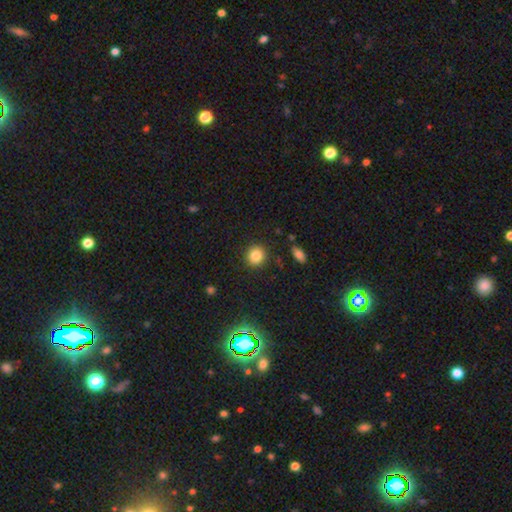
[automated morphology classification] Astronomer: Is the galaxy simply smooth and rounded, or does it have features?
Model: smooth — 83%.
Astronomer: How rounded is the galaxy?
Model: round — 86%.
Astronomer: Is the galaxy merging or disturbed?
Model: none — 89%.